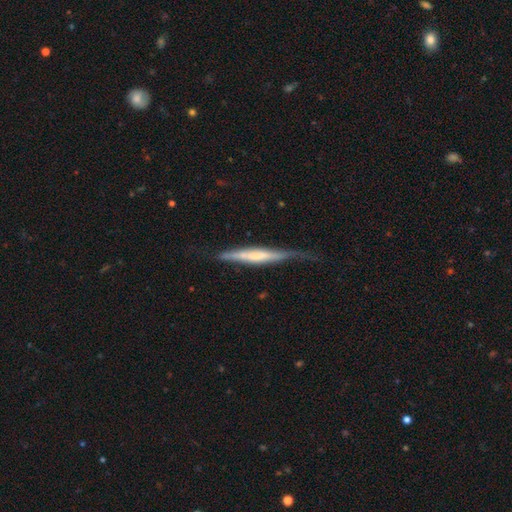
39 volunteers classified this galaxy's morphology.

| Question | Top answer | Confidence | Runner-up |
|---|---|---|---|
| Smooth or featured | featured or disk | 59% | smooth (36%) |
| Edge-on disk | yes | 83% | no (17%) |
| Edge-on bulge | rounded | 47% | none (42%) |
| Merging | none | 57% | minor disturbance (43%) |